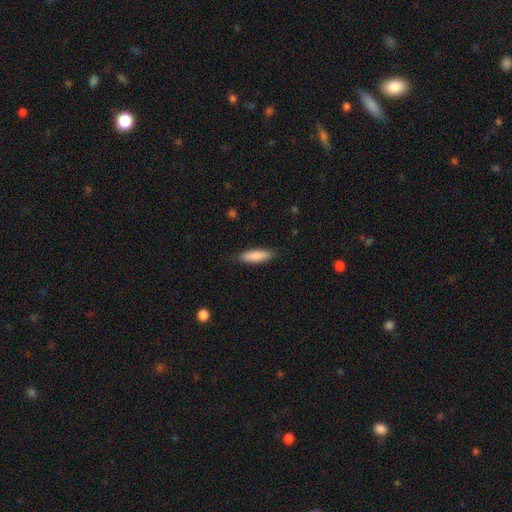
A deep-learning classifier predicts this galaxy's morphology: The model was most divided on "how rounded": cigar-shaped: 59%, in between: 40%, round: 2%. More confident: smooth or featured — smooth (87%); merging — none (86%).